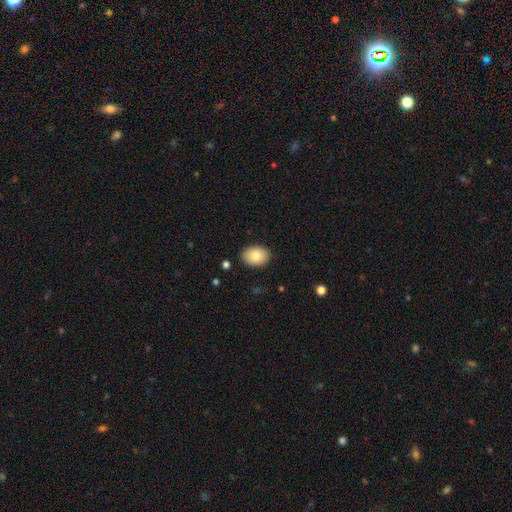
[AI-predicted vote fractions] This is clearly a smooth galaxy (85%). How rounded: likely in between (79%). Merging: clearly none (88%).